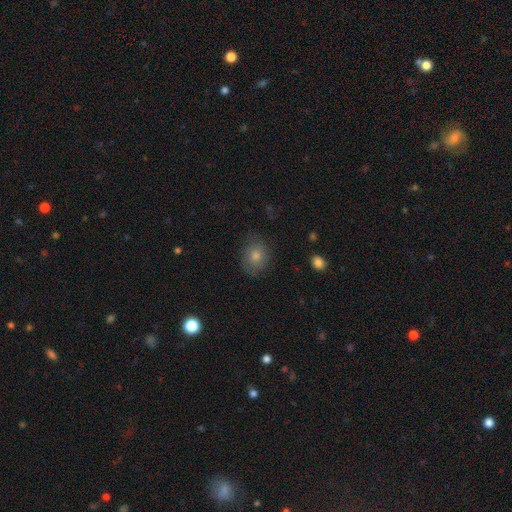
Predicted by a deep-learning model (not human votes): Morphology: type=smooth (65%); roundness=round (67%); merging=none (80%).